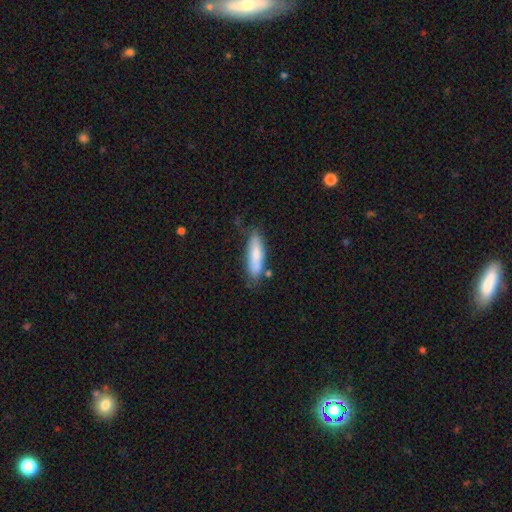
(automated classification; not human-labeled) Overall: smooth (75%). How rounded: cigar-shaped (62%; in between 37%). Merging: none (69%).